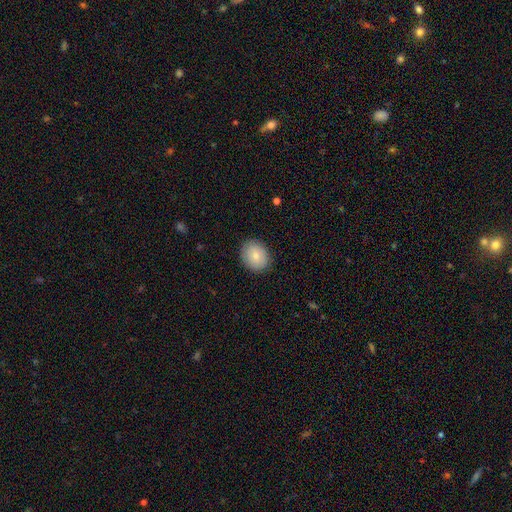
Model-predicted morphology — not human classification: Smooth or featured?
  - smooth: 81% *
  - featured or disk: 12%
  - star or artifact: 7%
How rounded?
  - round: 53% *
  - in between: 46%
  - cigar-shaped: 1%
Merging?
  - none: 87% *
  - minor disturbance: 9%
  - major disturbance: 2%
  - merger: 1%